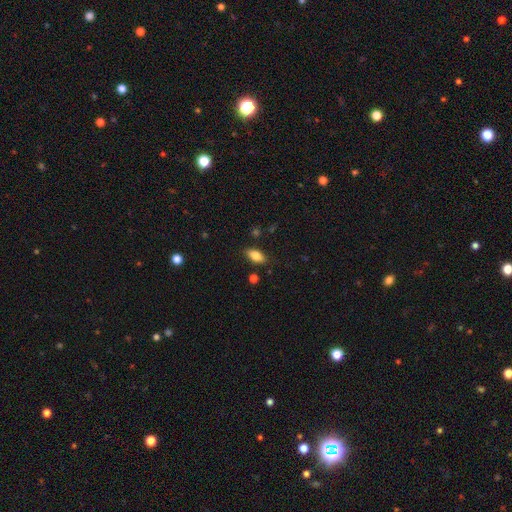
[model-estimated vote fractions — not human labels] The model was most divided on "merging": none: 83%, minor disturbance: 12%, major disturbance: 3%, merger: 2%. More confident: how rounded — in between (88%); smooth or featured — smooth (83%).